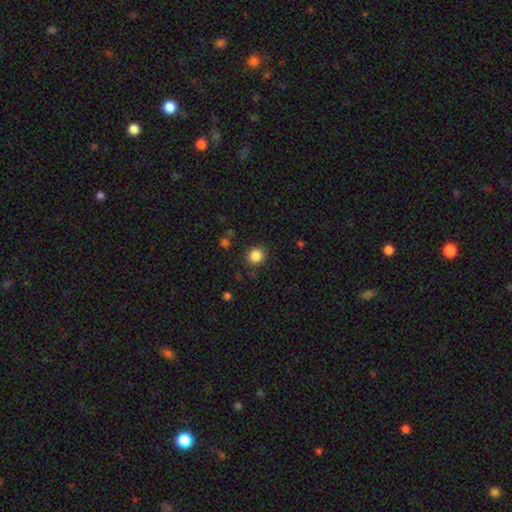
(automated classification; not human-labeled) The model was most divided on "how rounded": round: 86%, in between: 13%, cigar-shaped: 1%. More confident: merging — none (87%); smooth or featured — smooth (86%).